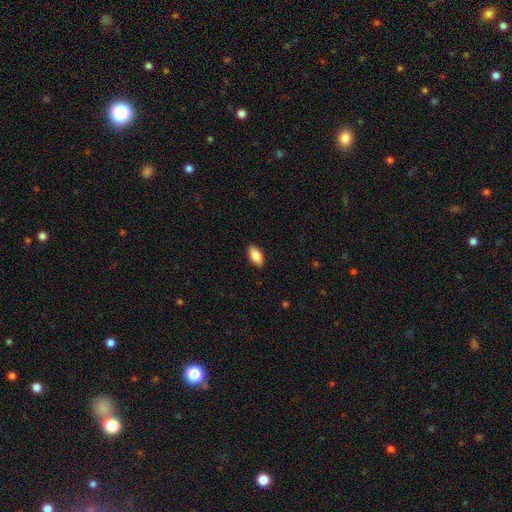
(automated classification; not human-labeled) smooth 86%, featured or disk 7%, star or artifact 7%. Down the decision tree: how rounded — in between (93%); merging — none (89%).